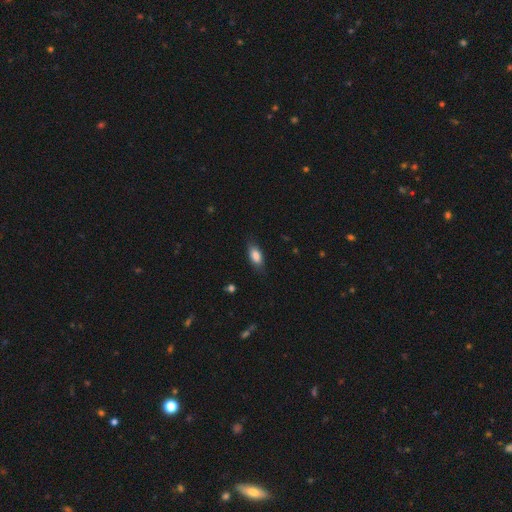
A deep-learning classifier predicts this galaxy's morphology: Smooth or featured: smooth — 83% (featured or disk — 10%)
How rounded: in between — 85% (cigar-shaped — 11%)
Merging: none — 79% (minor disturbance — 16%)